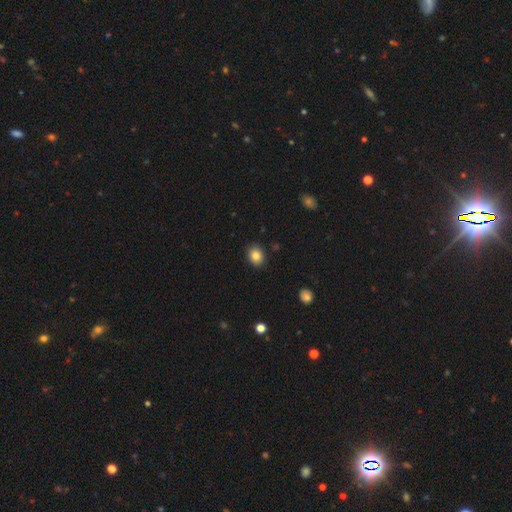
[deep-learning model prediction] Smooth or featured? Predicted: smooth (p=0.85). How rounded? Predicted: round (p=0.53). Merging? Predicted: none (p=0.88).